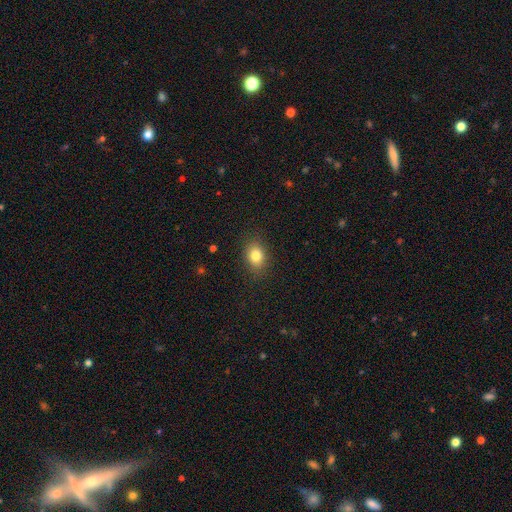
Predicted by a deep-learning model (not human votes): Smooth or featured: smooth — 82% (star or artifact — 10%)
How rounded: in between — 66% (round — 33%)
Merging: none — 86% (minor disturbance — 10%)